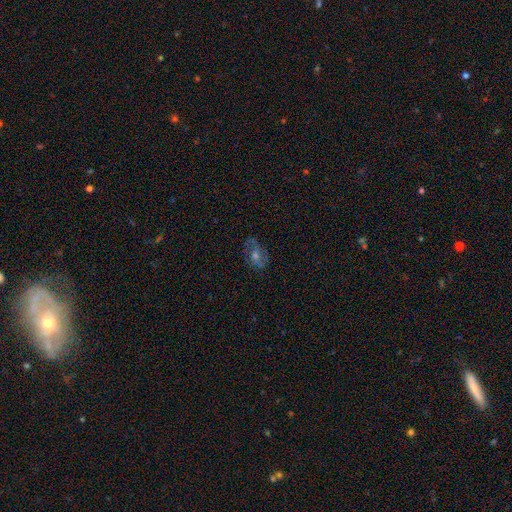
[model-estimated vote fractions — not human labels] Overall: featured or disk (60%; smooth 26%). Edge-on disk: no (94%). Bar: no (57%; weak 32%). Spiral arms: yes (66%; no 34%). Bulge size: moderate (66%). Merging: none (75%).